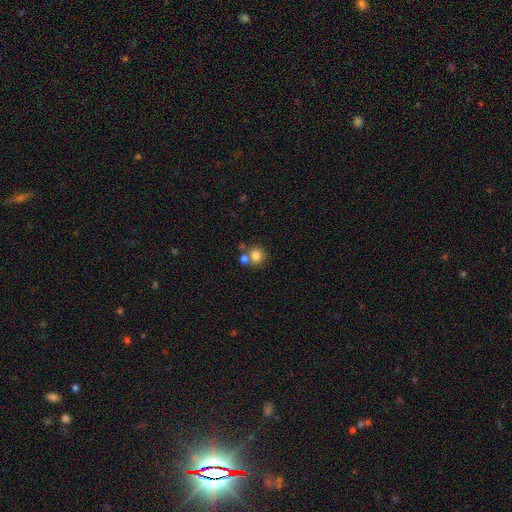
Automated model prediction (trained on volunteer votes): Smooth or featured?
  - smooth: 79% *
  - star or artifact: 11%
  - featured or disk: 10%
How rounded?
  - round: 86% *
  - in between: 13%
  - cigar-shaped: 1%
Merging?
  - none: 58% *
  - merger: 31%
  - minor disturbance: 8%
  - major disturbance: 3%